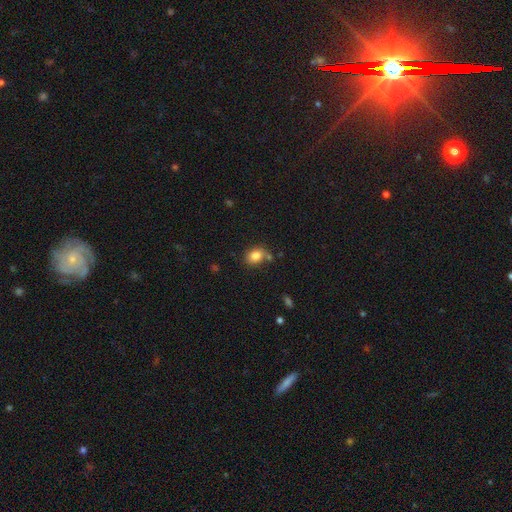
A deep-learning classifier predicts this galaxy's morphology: The model was most divided on "how rounded": in between: 53%, round: 46%, cigar-shaped: 1%. More confident: smooth or featured — smooth (83%); merging — none (69%).